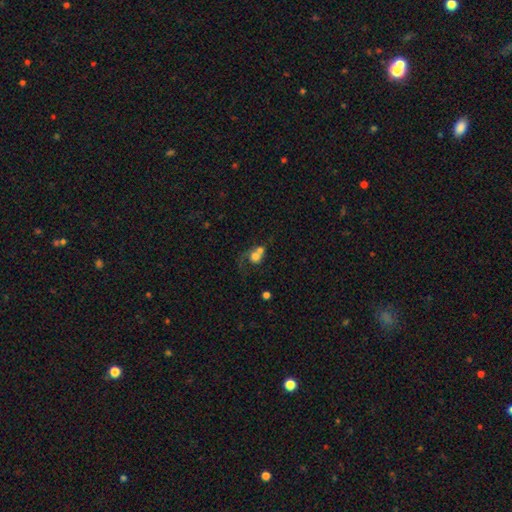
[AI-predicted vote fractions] Morphology: type=smooth (61%); roundness=round (73%); merging=merger (63%).